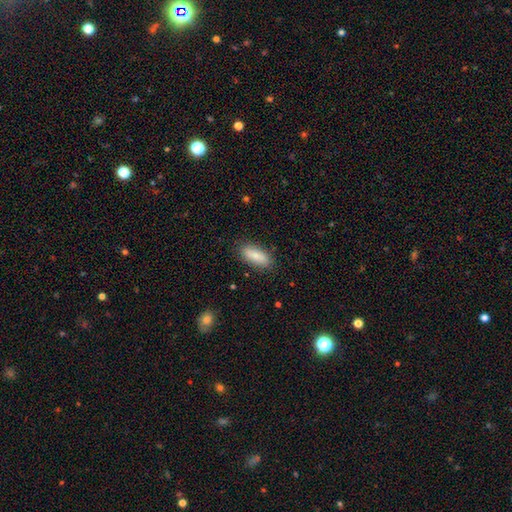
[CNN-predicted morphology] Q: Smooth or featured?
A: smooth (82%); runner-up: featured or disk (12%)
Q: How rounded?
A: in between (77%); runner-up: cigar-shaped (21%)
Q: Merging?
A: none (84%); runner-up: minor disturbance (12%)